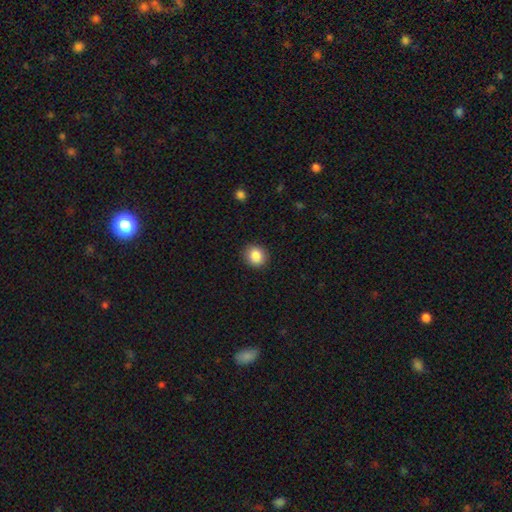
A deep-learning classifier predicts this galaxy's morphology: A smooth galaxy with no disk features (87%) that is round (81%). Merging: none (90%).